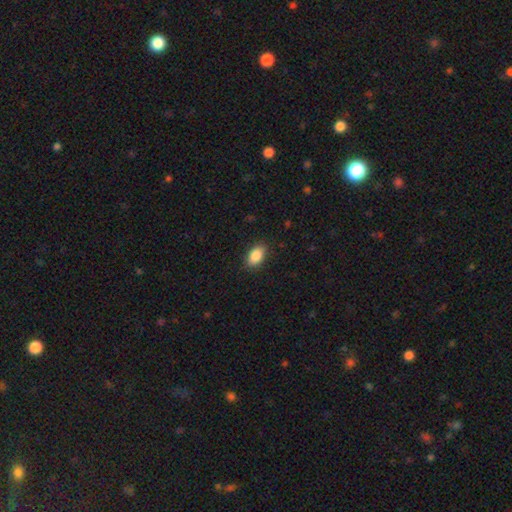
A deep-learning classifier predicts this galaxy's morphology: Smooth or featured? Predicted: smooth (p=0.88). How rounded? Predicted: in between (p=0.91). Merging? Predicted: none (p=0.87).